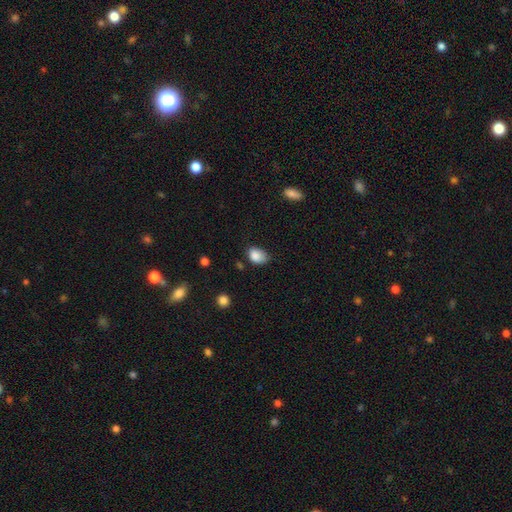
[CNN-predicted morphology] smooth 86%, star or artifact 9%, featured or disk 6%. Down the decision tree: how rounded — in between (79%); merging — none (55%).